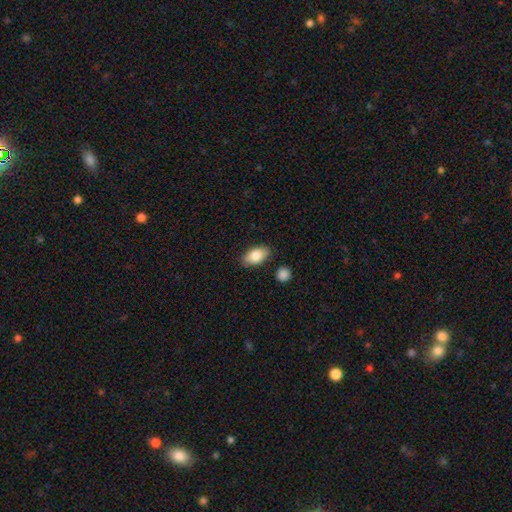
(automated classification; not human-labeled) This appears to be a smooth galaxy with no disk features (84%) that is in between round and cigar-shaped (93%). Merging: none (84%).